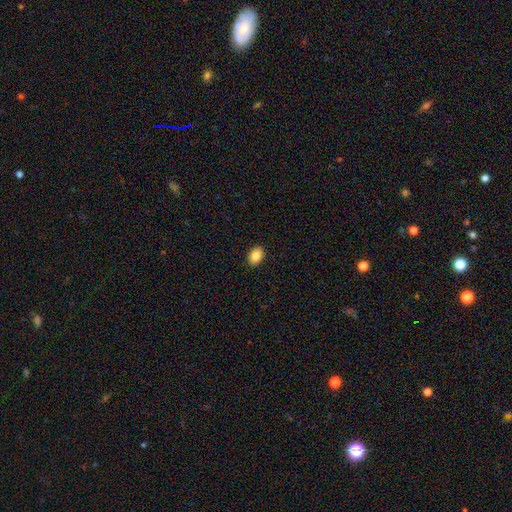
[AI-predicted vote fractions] A smooth galaxy with no disk features (86%) that is in between round and cigar-shaped (85%).

Vote fractions:
- Smooth or featured? smooth: 86% / star or artifact: 8% / featured or disk: 6%
- How rounded? in between: 85% / round: 14% / cigar-shaped: 1%
- Merging? none: 89% / minor disturbance: 8% / major disturbance: 2% / merger: 1%